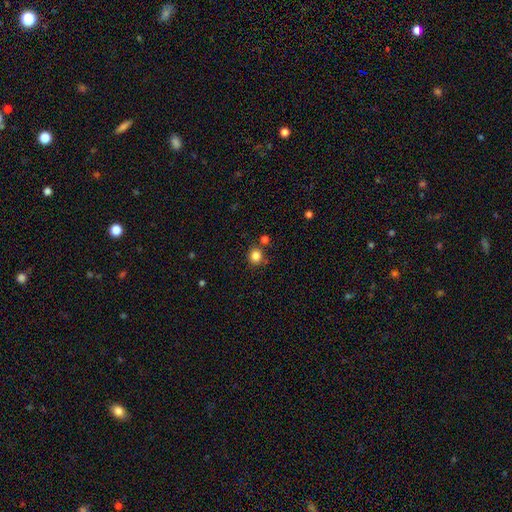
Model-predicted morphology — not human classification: The model was most divided on "merging": none: 81%, minor disturbance: 9%, merger: 8%, major disturbance: 3%. More confident: how rounded — round (89%); smooth or featured — smooth (84%).